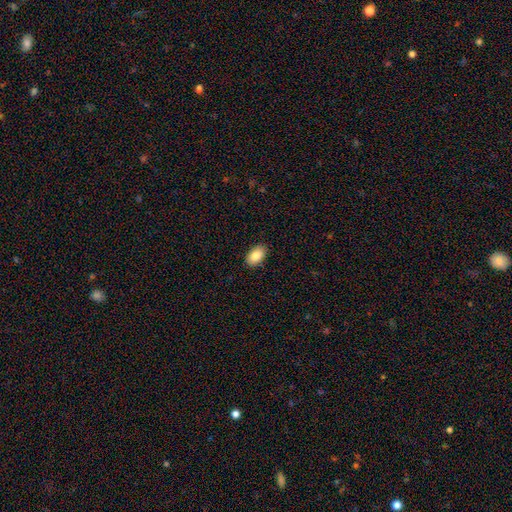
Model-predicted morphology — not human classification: This appears to be a smooth galaxy with no disk features (86%) that is in between round and cigar-shaped (93%). Merging: none (89%).